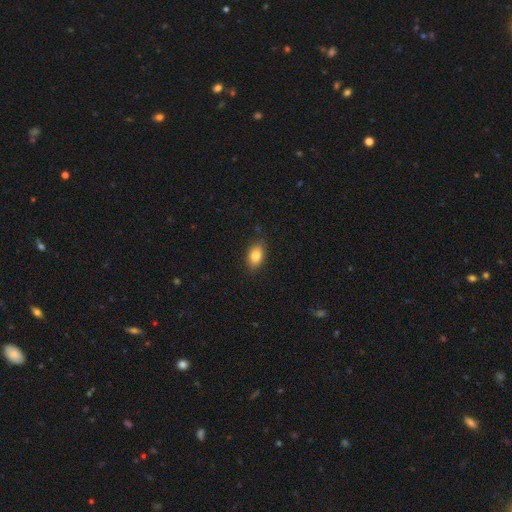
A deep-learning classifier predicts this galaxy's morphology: Q: Smooth or featured?
A: smooth (82%); runner-up: featured or disk (10%)
Q: How rounded?
A: in between (86%); runner-up: round (11%)
Q: Merging?
A: none (82%); runner-up: minor disturbance (14%)